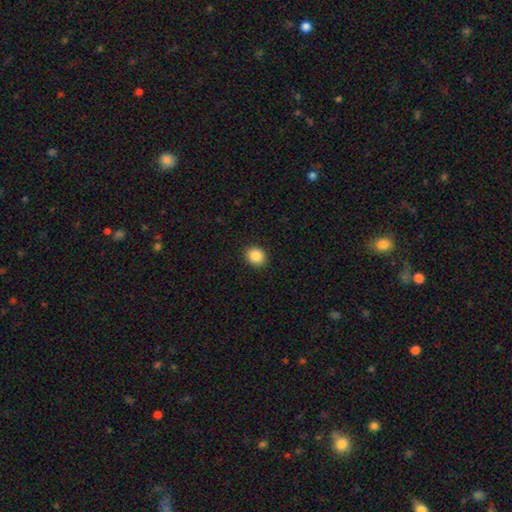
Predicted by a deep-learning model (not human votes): smooth-or-featured: smooth: 87% | star or artifact: 9% | featured or disk: 4%
  how-rounded: round: 74% | in between: 25% | cigar-shaped: 1%
  merging: none: 92% | minor disturbance: 6% | major disturbance: 2% | merger: 1%